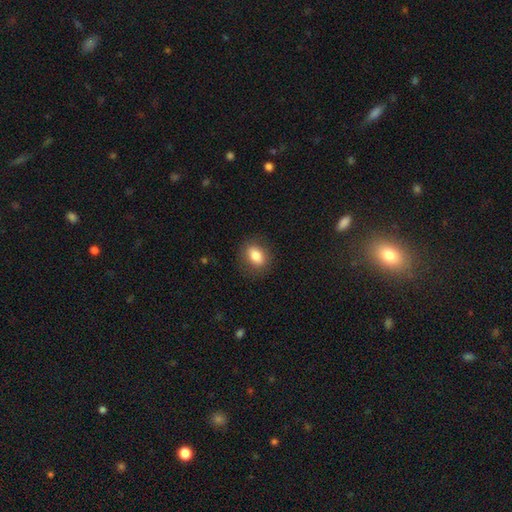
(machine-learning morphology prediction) smooth_or_featured: smooth (p=0.81) [alt: featured or disk p=0.11]
how_rounded: in between (p=0.73) [alt: round p=0.25]
merging: none (p=0.85) [alt: minor disturbance p=0.11]